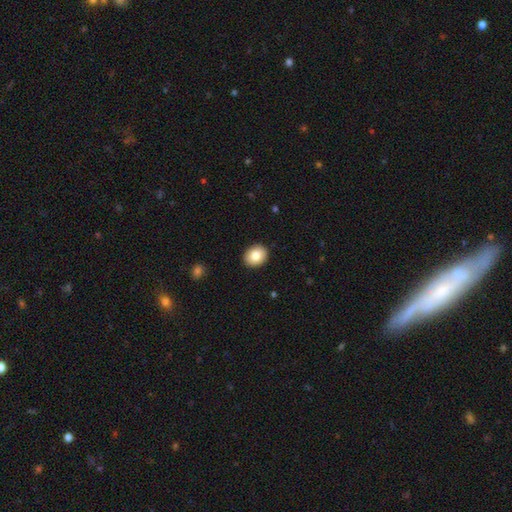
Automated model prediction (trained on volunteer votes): Morphology: type=smooth (83%); roundness=round (51%); merging=none (91%).